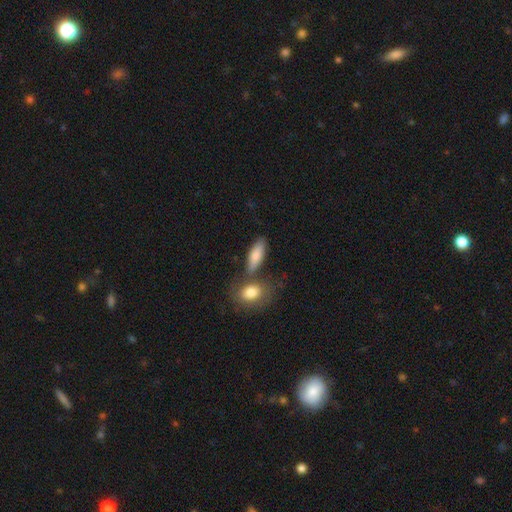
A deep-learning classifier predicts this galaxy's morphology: Smooth or featured?
  - smooth: 81% *
  - featured or disk: 12%
  - star or artifact: 7%
How rounded?
  - in between: 71% *
  - cigar-shaped: 25%
  - round: 5%
Merging?
  - none: 59% *
  - merger: 22%
  - minor disturbance: 14%
  - major disturbance: 5%